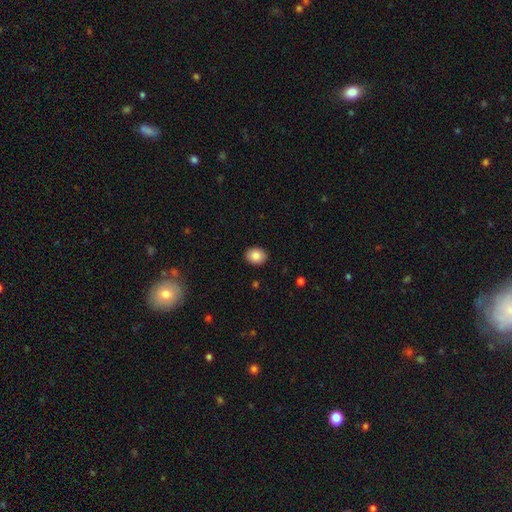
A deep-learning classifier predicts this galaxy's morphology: The model was most divided on "how rounded": in between: 53%, round: 46%, cigar-shaped: 1%. More confident: merging — none (90%); smooth or featured — smooth (87%).